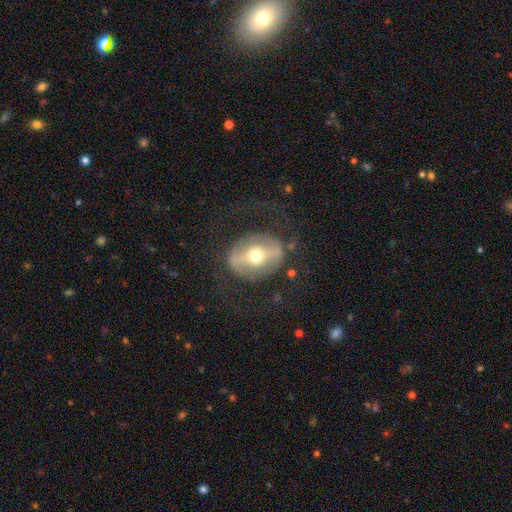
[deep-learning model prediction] Smooth or featured? Predicted: featured or disk (p=0.67). Edge-on disk? Predicted: no (p=0.90). Bar? Predicted: strong (p=0.57). Spiral arms? Predicted: no (p=0.63). Bulge size? Predicted: moderate (p=0.70). Merging? Predicted: none (p=0.66).